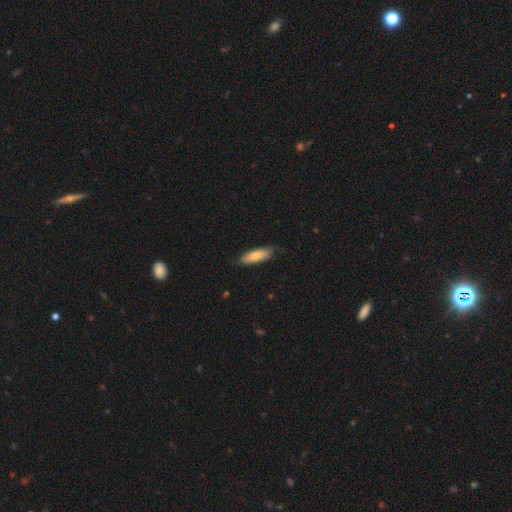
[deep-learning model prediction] smooth 75%, featured or disk 19%, star or artifact 6%. Down the decision tree: how rounded — in between (57%); merging — none (79%).